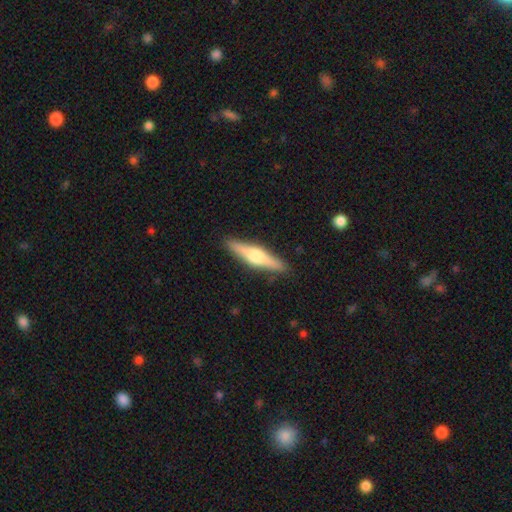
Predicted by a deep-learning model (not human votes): A featured or disk galaxy (61%) viewed edge-on (96%) with a rounded central bulge (91%).

Vote fractions:
- Smooth or featured? featured or disk: 61% / smooth: 33% / star or artifact: 5%
- Edge-on disk? yes: 96% / no: 4%
- Edge-on bulge? rounded: 91% / boxy: 6% / none: 3%
- Merging? none: 90% / minor disturbance: 8% / major disturbance: 2% / merger: 1%